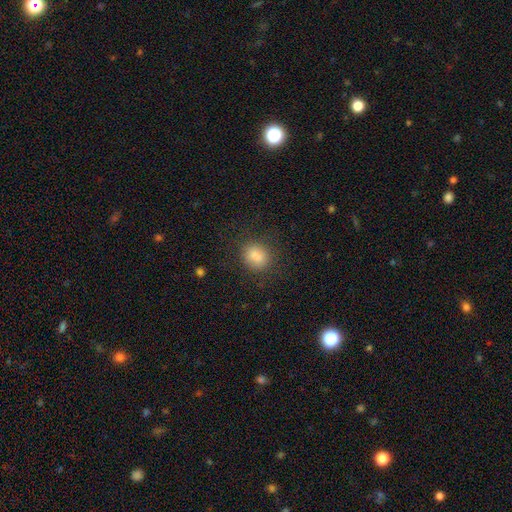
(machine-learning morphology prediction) Smooth or featured: smooth — 82% (star or artifact — 12%)
How rounded: round — 66% (in between — 32%)
Merging: none — 79% (minor disturbance — 13%)